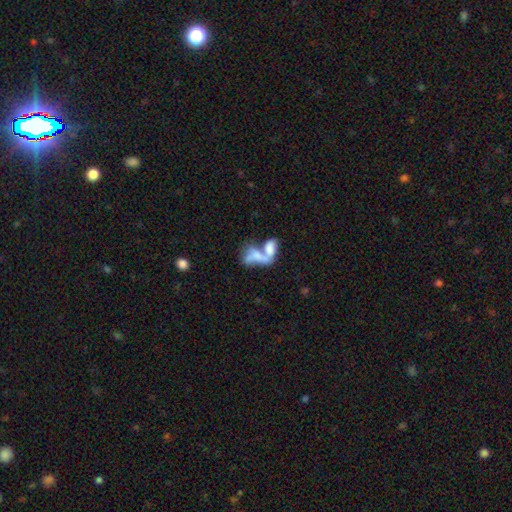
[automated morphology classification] Overall: smooth (57%; featured or disk 33%). How rounded: in between (84%). Merging: merger (73%).